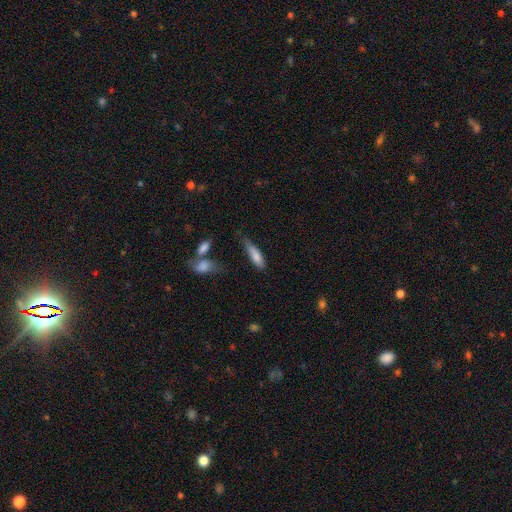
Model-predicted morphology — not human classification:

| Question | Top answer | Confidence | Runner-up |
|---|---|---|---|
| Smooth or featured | smooth | 79% | featured or disk (14%) |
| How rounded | cigar-shaped | 57% | in between (41%) |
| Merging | none | 52% | minor disturbance (33%) |